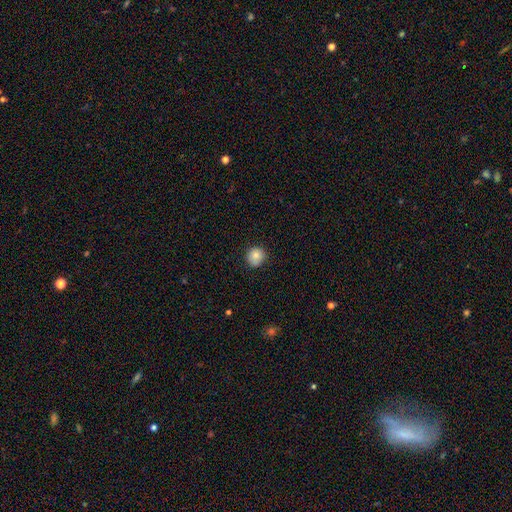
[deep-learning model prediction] smooth_or_featured: smooth (p=0.82) [alt: star or artifact p=0.10]
how_rounded: round (p=0.90) [alt: in between p=0.09]
merging: none (p=0.81) [alt: minor disturbance p=0.15]